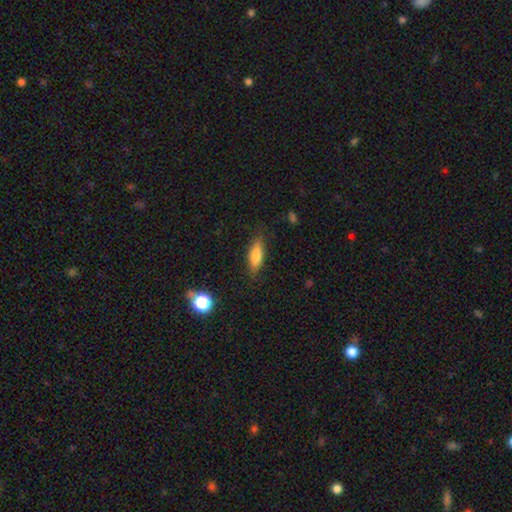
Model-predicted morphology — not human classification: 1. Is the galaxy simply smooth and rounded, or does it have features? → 75% smooth, 17% featured or disk, 8% star or artifact.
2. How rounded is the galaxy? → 58% in between, 40% cigar-shaped, 3% round.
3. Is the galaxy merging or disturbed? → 81% none, 15% minor disturbance, 3% major disturbance, 1% merger.